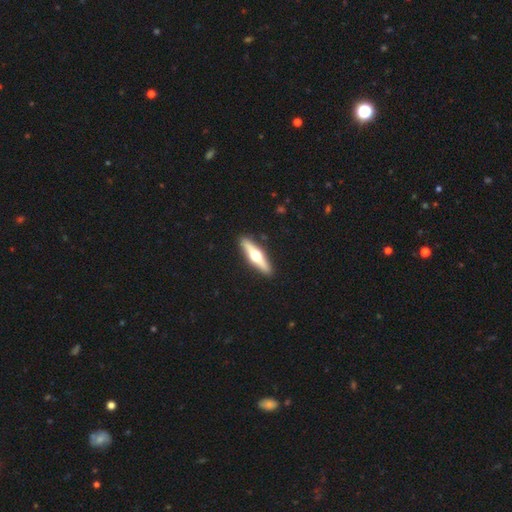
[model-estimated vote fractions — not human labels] featured or disk 62%, smooth 33%, star or artifact 5%. Down the decision tree: edge-on disk — yes (95%); edge-on bulge — rounded (96%); merging — none (91%).